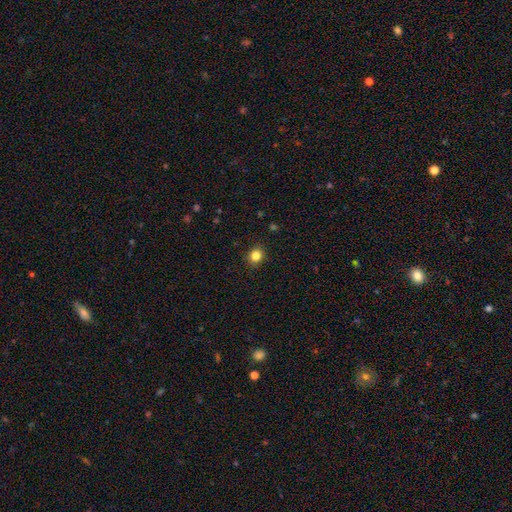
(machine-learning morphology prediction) The model was most divided on "how rounded": round: 77%, in between: 22%, cigar-shaped: 1%. More confident: merging — none (91%); smooth or featured — smooth (83%).